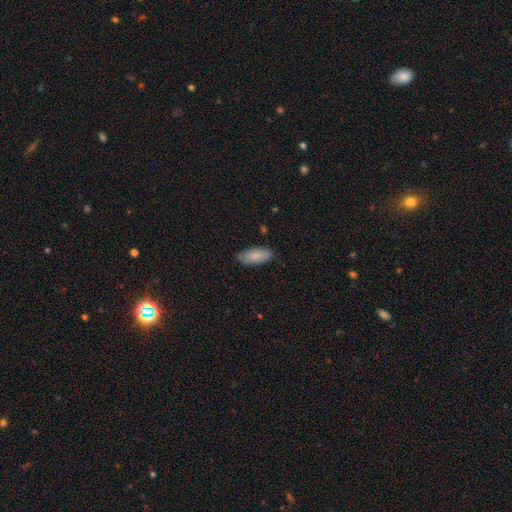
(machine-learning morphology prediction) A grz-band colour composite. It shows a smooth galaxy with no disk features (84%) that is in between round and cigar-shaped (90%). Merging: none (84%).